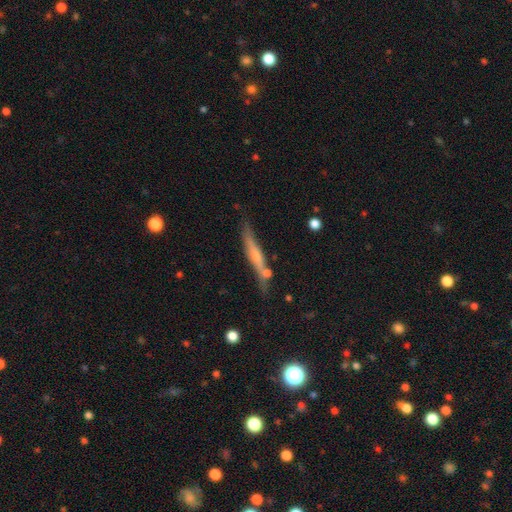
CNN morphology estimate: Smooth or featured: featured or disk — 50% (smooth — 44%)
Merging: none — 66% (minor disturbance — 19%)